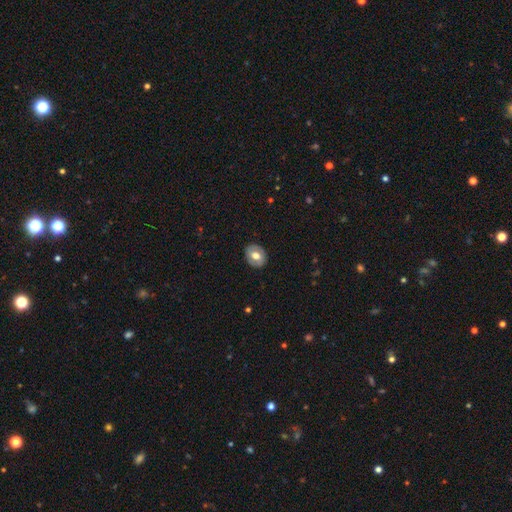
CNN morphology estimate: smooth 60%, featured or disk 34%, star or artifact 7%. Down the decision tree: how rounded — in between (55%); merging — none (87%).